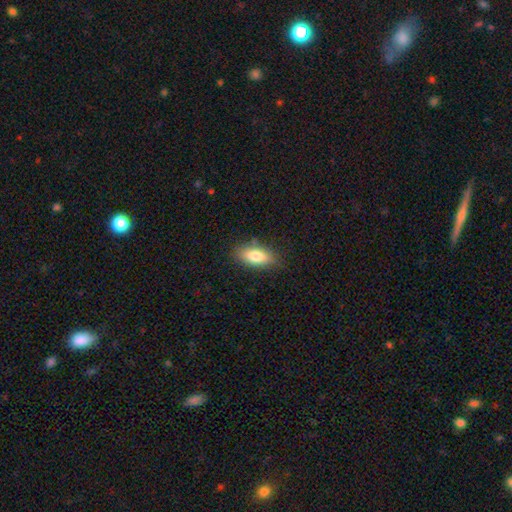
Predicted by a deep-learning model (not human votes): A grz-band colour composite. It shows a smooth galaxy with no disk features (80%) that is in between round and cigar-shaped (85%). Merging: none (82%).